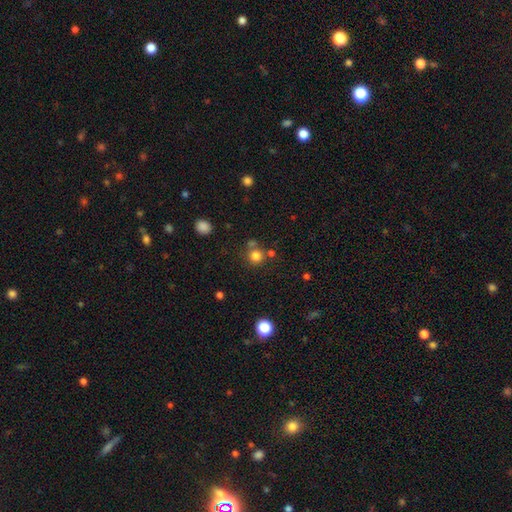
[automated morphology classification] Smooth or featured? smooth (79%)
How rounded? round (91%)
Merging? none (65%)